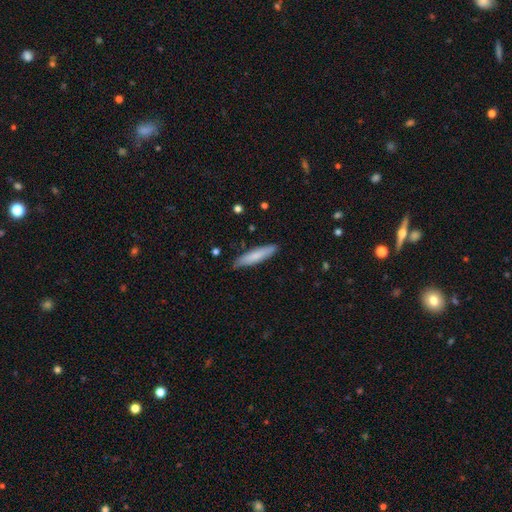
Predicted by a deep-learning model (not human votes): A smooth galaxy with no disk features (75%) that is cigar-shaped (85%). Merging: none (85%).